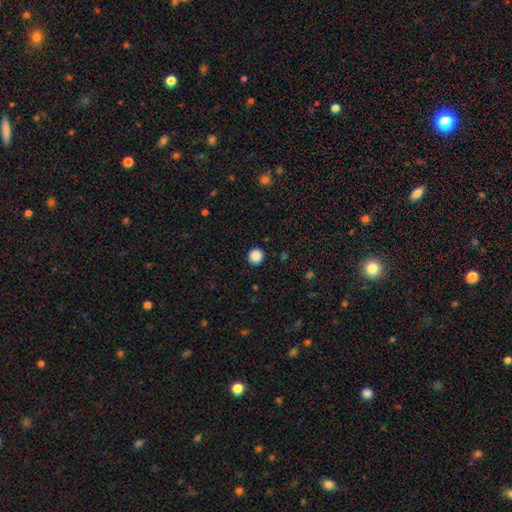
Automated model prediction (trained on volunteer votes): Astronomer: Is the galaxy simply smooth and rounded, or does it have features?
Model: smooth — 88%.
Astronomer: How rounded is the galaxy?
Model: round — 95%.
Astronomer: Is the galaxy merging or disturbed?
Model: none — 93%.